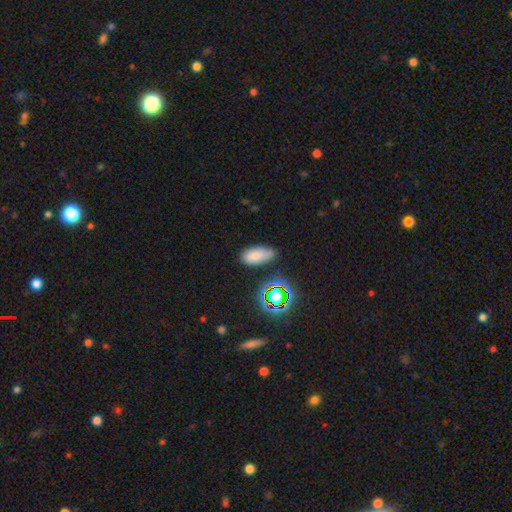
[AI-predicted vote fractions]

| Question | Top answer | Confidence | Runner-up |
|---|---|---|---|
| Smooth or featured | smooth | 74% | star or artifact (18%) |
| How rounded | in between | 87% | cigar-shaped (8%) |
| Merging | none | 72% | minor disturbance (19%) |